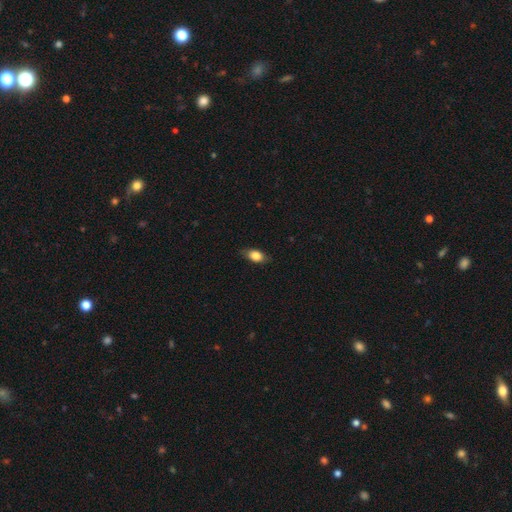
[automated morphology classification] This appears to be a smooth galaxy with no disk features (81%) that is in between round and cigar-shaped (84%). Merging: none (79%).